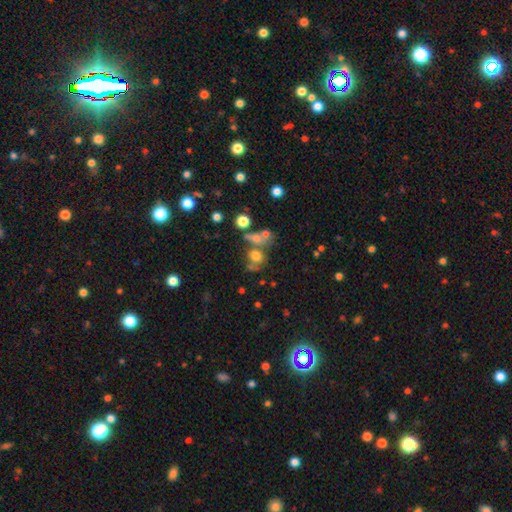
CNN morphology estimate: Smooth or featured? Predicted: smooth (p=0.63). How rounded? Predicted: round (p=0.67). Merging? Predicted: merger (p=0.39).